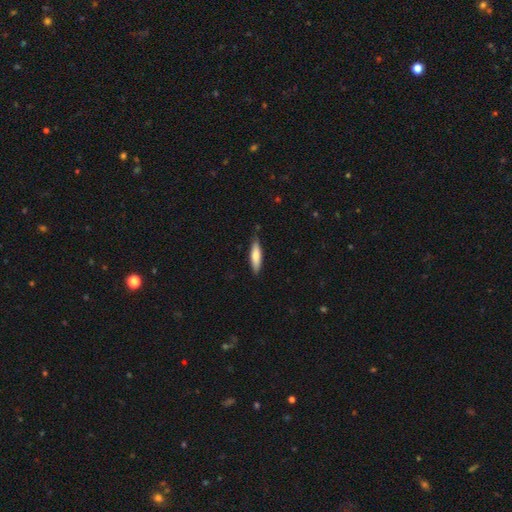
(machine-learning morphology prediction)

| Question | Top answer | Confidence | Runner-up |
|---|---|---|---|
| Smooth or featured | smooth | 74% | featured or disk (21%) |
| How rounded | cigar-shaped | 70% | in between (29%) |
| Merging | none | 79% | minor disturbance (17%) |